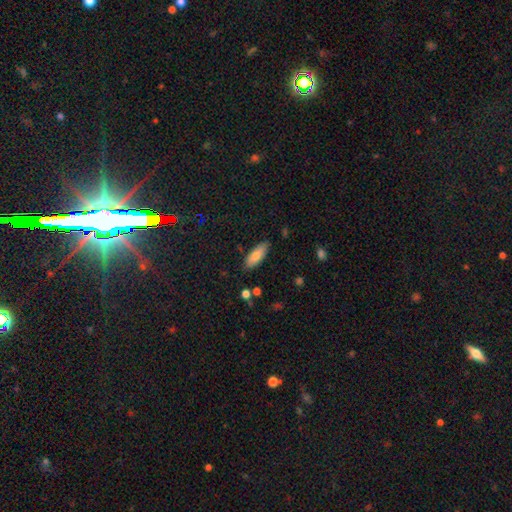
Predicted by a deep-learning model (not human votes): This appears to be a smooth galaxy with no disk features (80%) that is in between round and cigar-shaped (71%). Merging: none (84%).